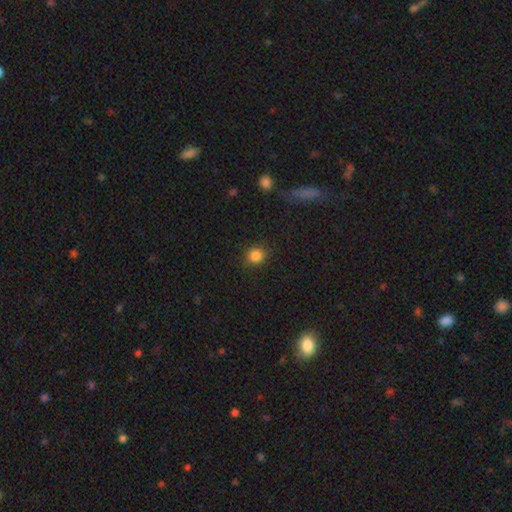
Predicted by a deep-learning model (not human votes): smooth 85%, star or artifact 11%, featured or disk 4%. Down the decision tree: how rounded — round (84%); merging — none (88%).